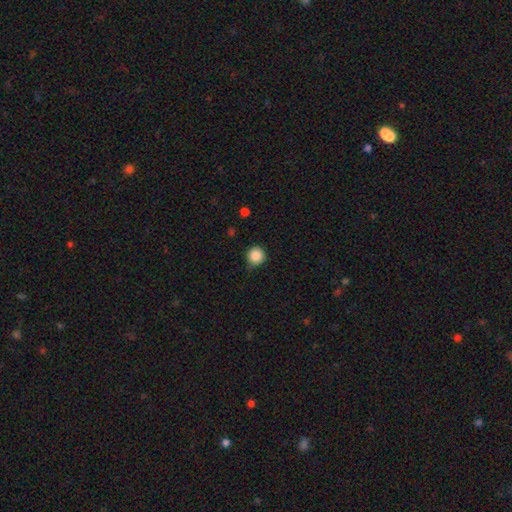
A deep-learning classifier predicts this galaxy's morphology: The model was most divided on "merging": none: 77%, minor disturbance: 18%, major disturbance: 3%, merger: 2%. More confident: how rounded — round (94%); smooth or featured — smooth (86%).